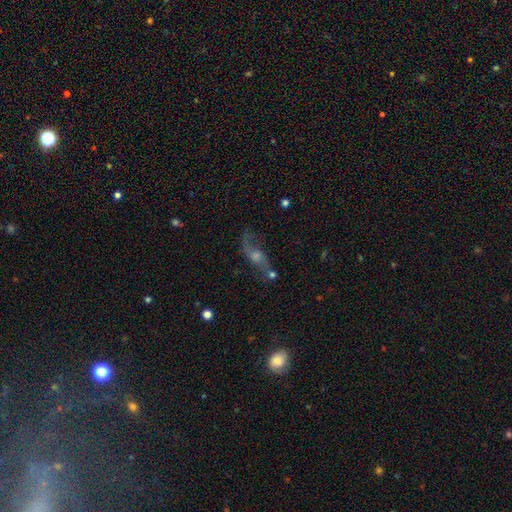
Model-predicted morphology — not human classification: This is likely a featured or disk galaxy (68%). It is likely not viewed edge-on (79%). Bar: likely no (63%). Spiral arm pattern: clearly yes (86%). Central bulge: possibly moderate (50%). Merging: likely none (61%).